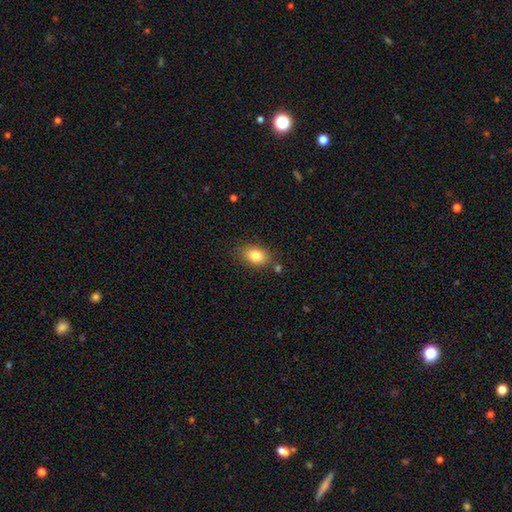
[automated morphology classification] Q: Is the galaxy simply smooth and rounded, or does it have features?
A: smooth — 81%.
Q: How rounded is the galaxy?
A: in between — 78%.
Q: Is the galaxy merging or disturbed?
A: none — 78%.